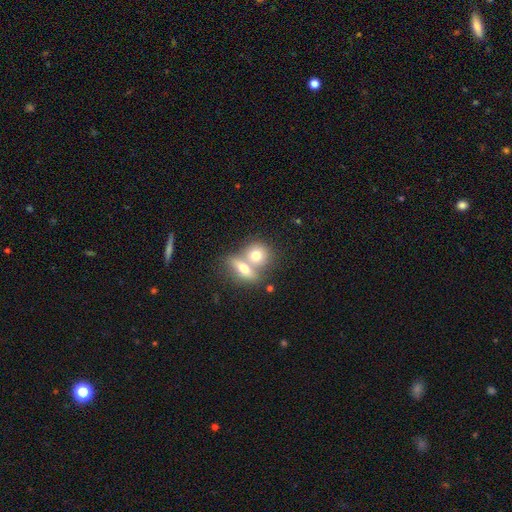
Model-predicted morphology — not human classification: smooth 70%, featured or disk 23%, star or artifact 7%. Down the decision tree: how rounded — round (58%); merging — merger (62%).